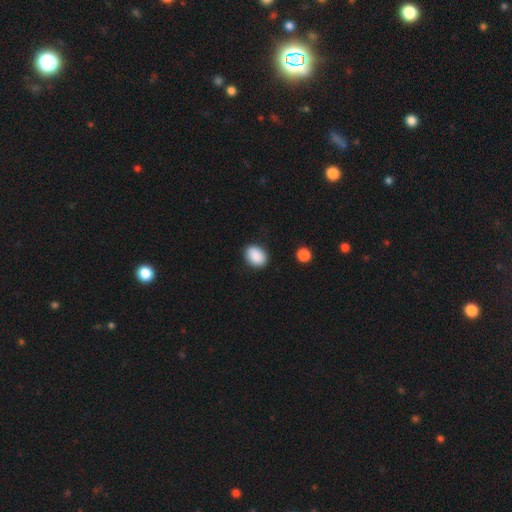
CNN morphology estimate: Q: Smooth or featured?
A: smooth (89%); runner-up: star or artifact (8%)
Q: How rounded?
A: in between (72%); runner-up: round (27%)
Q: Merging?
A: none (87%); runner-up: minor disturbance (9%)